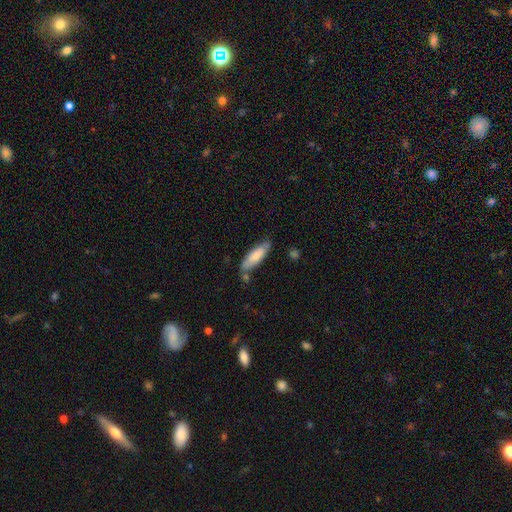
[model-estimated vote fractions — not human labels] The model was most divided on "how rounded": cigar-shaped: 57%, in between: 42%, round: 1%. More confident: smooth or featured — smooth (75%); merging — none (69%).